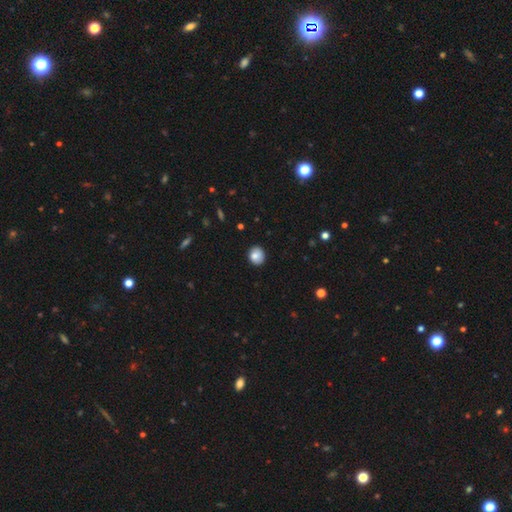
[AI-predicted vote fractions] Morphology: type=smooth (84%); roundness=round (70%); merging=none (87%).